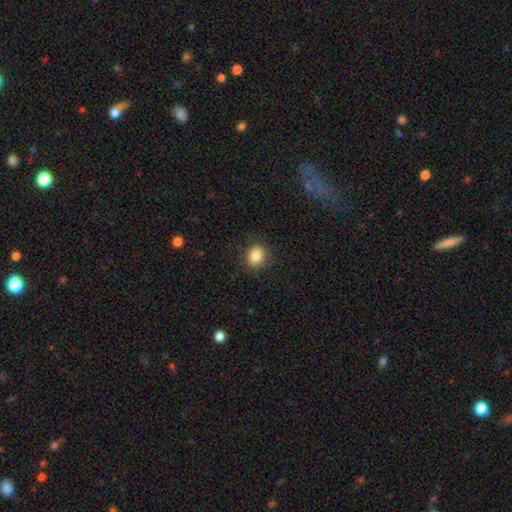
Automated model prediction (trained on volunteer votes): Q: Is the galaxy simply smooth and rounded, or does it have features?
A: smooth — 85%.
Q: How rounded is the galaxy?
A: round — 72%.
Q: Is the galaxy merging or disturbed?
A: none — 88%.